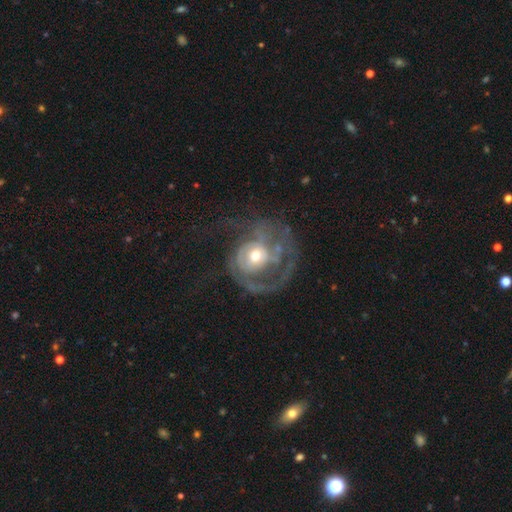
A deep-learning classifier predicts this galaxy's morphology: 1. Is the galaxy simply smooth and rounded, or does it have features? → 77% featured or disk, 17% smooth, 7% star or artifact.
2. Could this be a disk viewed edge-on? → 97% no, 3% yes.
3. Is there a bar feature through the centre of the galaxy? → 77% no, 18% weak, 5% strong.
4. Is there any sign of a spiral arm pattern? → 76% yes, 24% no.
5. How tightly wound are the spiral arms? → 40% tight, 36% medium, 23% loose.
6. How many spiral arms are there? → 29% 2 (tied), 29% can't tell (tied), 24% 1, 10% 3, 4% 4, 4% more than 4.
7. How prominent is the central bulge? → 60% moderate, 31% small, 7% large, 1% dominant, 1% none.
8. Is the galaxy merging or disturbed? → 45% major disturbance, 36% none, 16% minor disturbance, 3% merger.